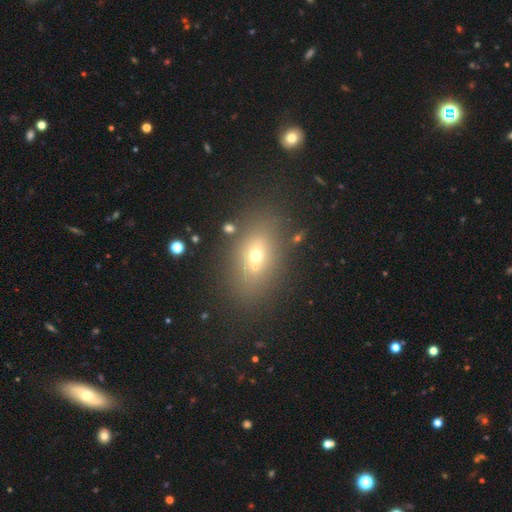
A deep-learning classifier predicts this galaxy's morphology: Smooth or featured: smooth — 59% (featured or disk — 21%)
How rounded: in between — 69% (round — 29%)
Merging: none — 65% (merger — 18%)